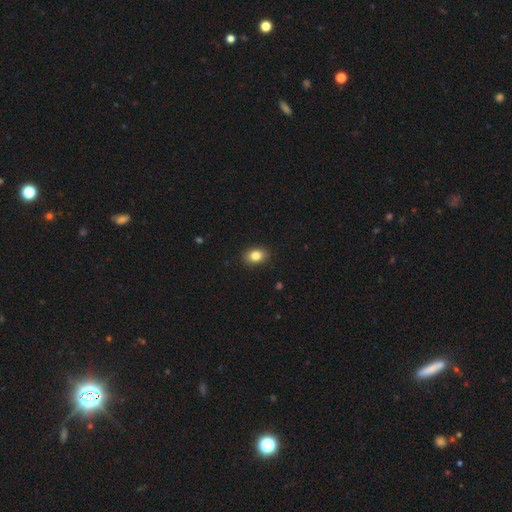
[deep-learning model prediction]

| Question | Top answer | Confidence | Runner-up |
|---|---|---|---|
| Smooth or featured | smooth | 84% | star or artifact (9%) |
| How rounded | in between | 70% | round (29%) |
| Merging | none | 90% | minor disturbance (7%) |